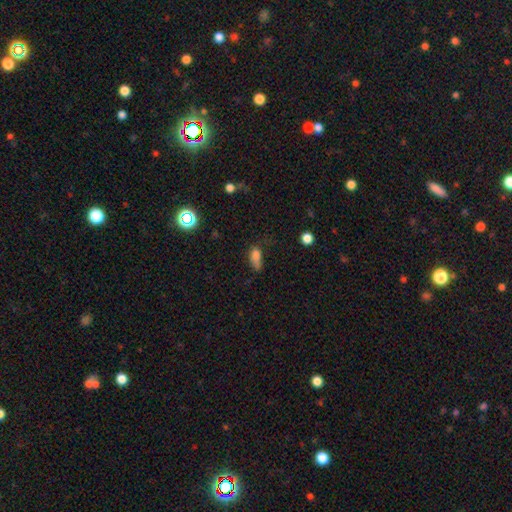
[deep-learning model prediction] A smooth galaxy with no disk features (77%) that is in between round and cigar-shaped (80%).

Vote fractions:
- Smooth or featured? smooth: 77% / star or artifact: 14% / featured or disk: 9%
- How rounded? in between: 80% / cigar-shaped: 13% / round: 7%
- Merging? minor disturbance: 34% (tied) / none: 34% (tied) / major disturbance: 26% / merger: 6%